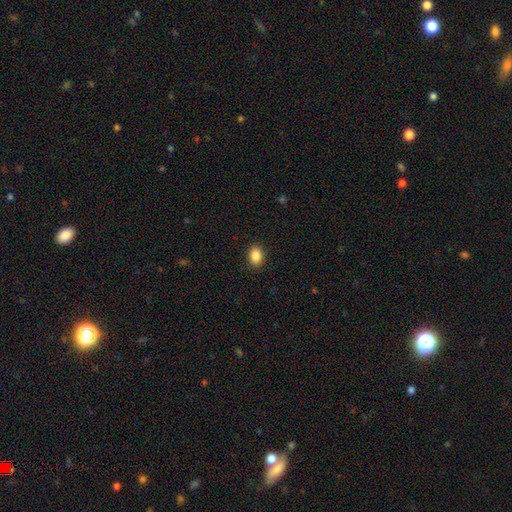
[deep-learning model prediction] Overall: smooth (88%). How rounded: in between (77%). Merging: none (89%).